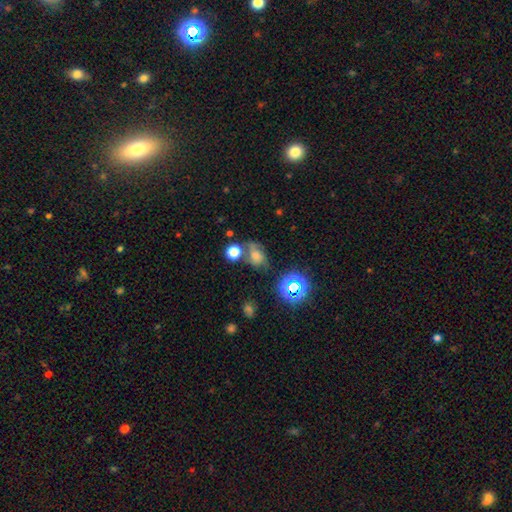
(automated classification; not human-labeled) Smooth or featured: smooth — 52% (star or artifact — 25%)
How rounded: in between — 56% (round — 43%)
Merging: none — 43% (minor disturbance — 22%)